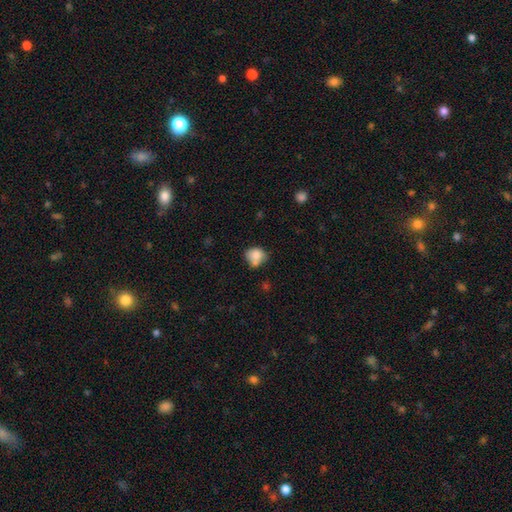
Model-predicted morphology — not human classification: type=smooth (79%); roundness=round (64%); merging=none (46%).